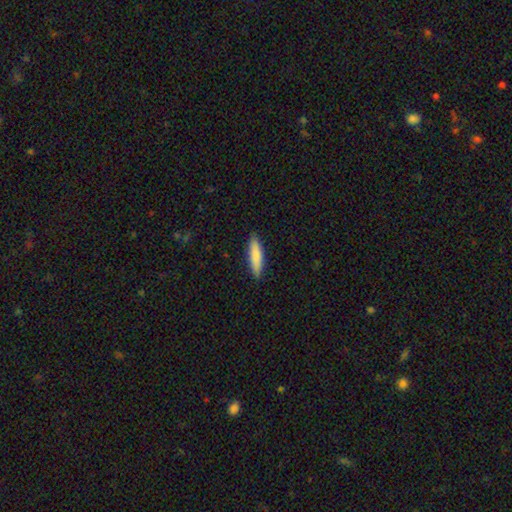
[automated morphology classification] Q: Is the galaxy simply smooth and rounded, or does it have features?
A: smooth — 84%.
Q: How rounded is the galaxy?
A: cigar-shaped — 72%.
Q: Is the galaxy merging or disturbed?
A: none — 89%.